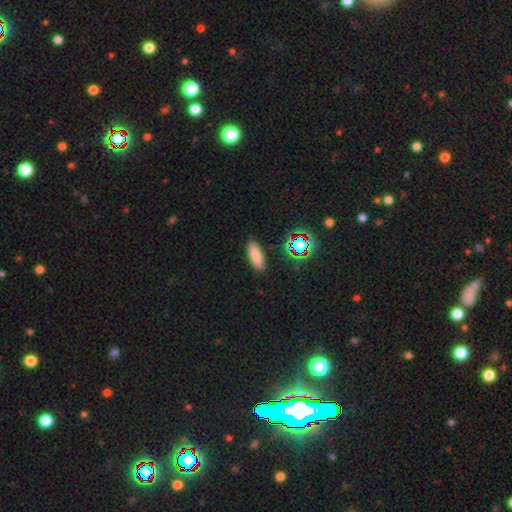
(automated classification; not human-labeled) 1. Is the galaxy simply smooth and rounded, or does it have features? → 79% smooth, 13% star or artifact, 9% featured or disk.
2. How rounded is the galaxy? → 68% in between, 28% cigar-shaped, 3% round.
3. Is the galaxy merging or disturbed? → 87% none, 9% minor disturbance, 2% major disturbance, 2% merger.